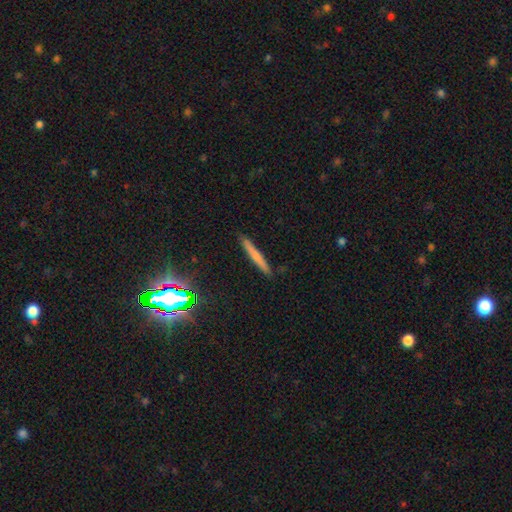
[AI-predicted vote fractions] Overall: smooth (62%; featured or disk 28%). How rounded: cigar-shaped (96%). Merging: none (89%).